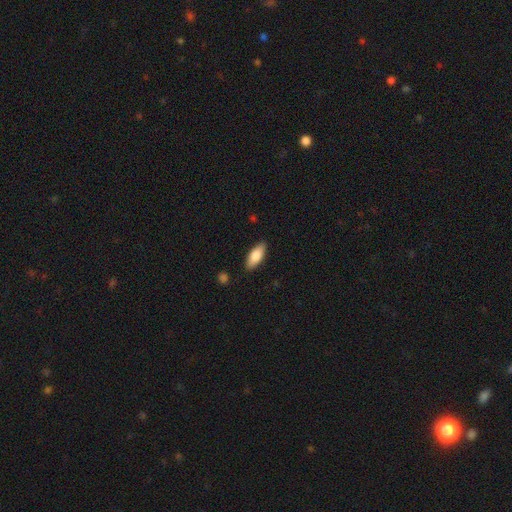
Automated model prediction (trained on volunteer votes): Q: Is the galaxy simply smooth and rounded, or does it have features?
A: smooth — 81%.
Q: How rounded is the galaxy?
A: in between — 78%.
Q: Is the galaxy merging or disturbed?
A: none — 87%.